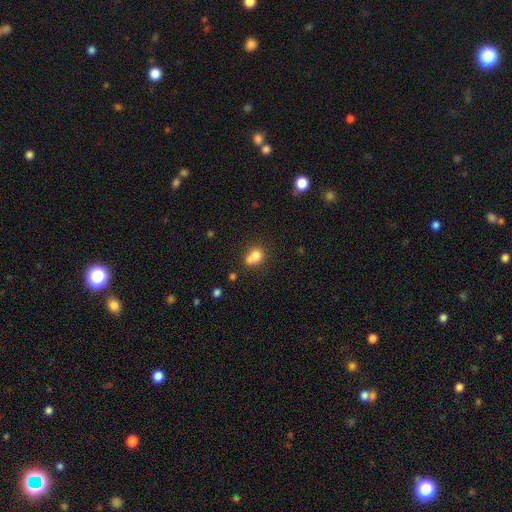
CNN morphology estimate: Overall: smooth (75%). How rounded: round (67%; in between 32%). Merging: merger (43%; none 37%).